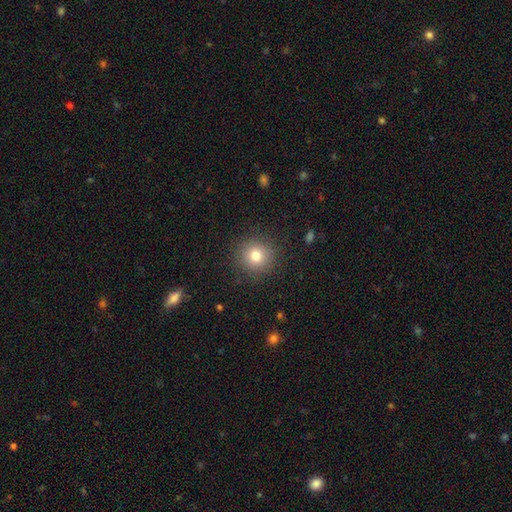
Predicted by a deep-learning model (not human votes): This is likely a smooth galaxy (78%). How rounded: clearly round (94%). Merging: clearly none (89%).